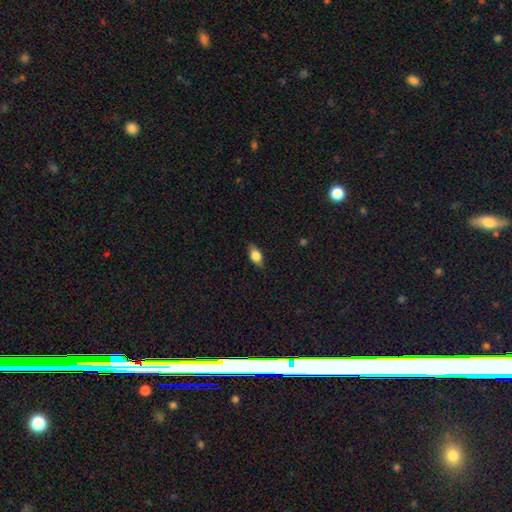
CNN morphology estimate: Q: Smooth or featured?
A: smooth (70%); runner-up: featured or disk (22%)
Q: How rounded?
A: in between (82%); runner-up: round (9%)
Q: Merging?
A: none (82%); runner-up: minor disturbance (14%)